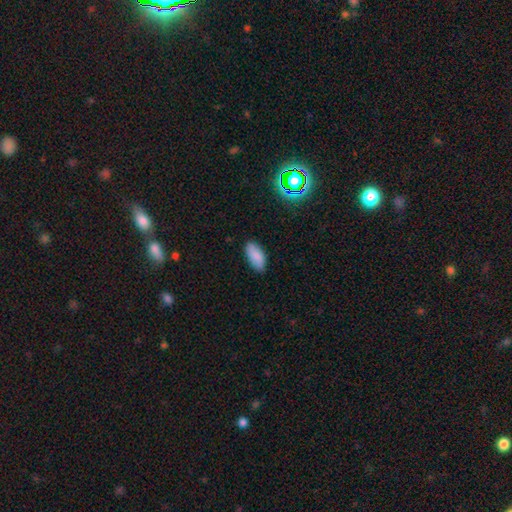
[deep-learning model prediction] Morphology: type=smooth (87%); roundness=in between (91%); merging=none (84%).